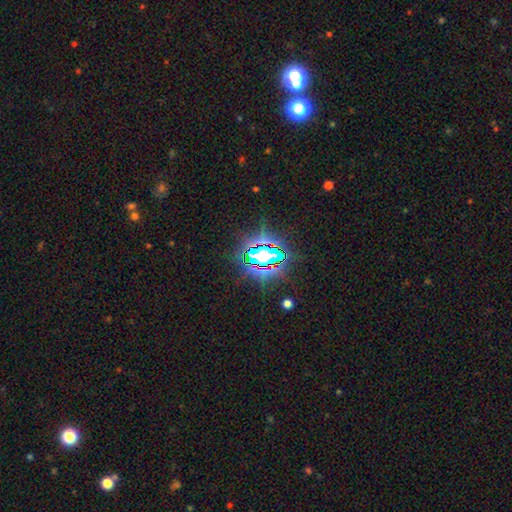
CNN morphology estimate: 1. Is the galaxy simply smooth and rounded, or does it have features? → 81% star or artifact, 12% smooth, 7% featured or disk.